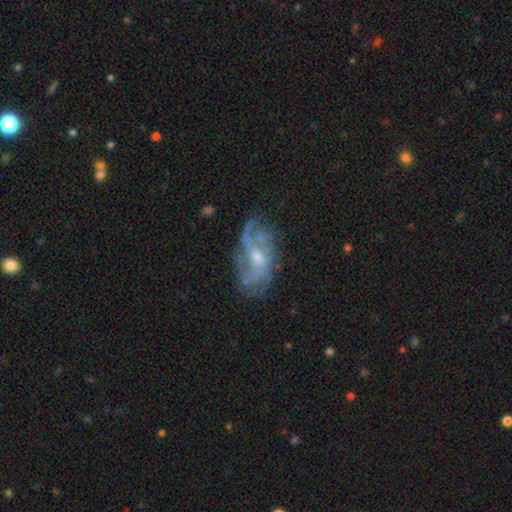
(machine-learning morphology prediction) A featured or disk galaxy (70%) with no bar (54%), medium (40%) spiral arms (82%) and a moderate central bulge (51%).

Vote fractions:
- Smooth or featured? featured or disk: 70% / smooth: 16% / star or artifact: 14%
- Edge-on disk? no: 94% / yes: 6%
- Bar? no: 54% / weak: 37% / strong: 8%
- Spiral arms? yes: 82% / no: 18%
- Spiral winding? medium: 40% / loose: 32% / tight: 28%
- Spiral arm count? can't tell: 38% / 3: 19% / 2: 19% / 4: 11% / 1: 6% / more than 4: 6%
- Bulge size? moderate: 51% / small: 40% / none: 5% / large: 3% / dominant: 1%
- Merging? none: 65% / minor disturbance: 20% / major disturbance: 13% / merger: 2%